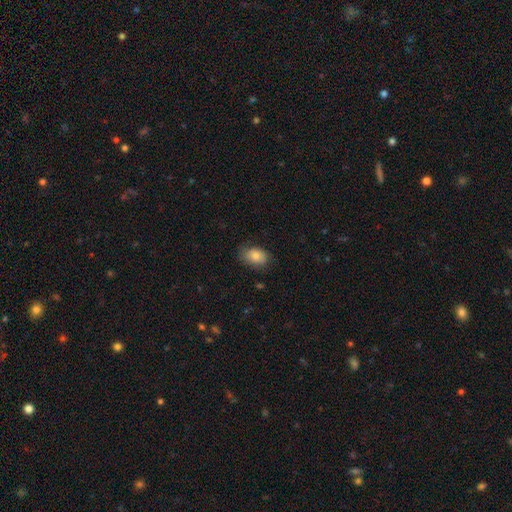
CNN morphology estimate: A smooth galaxy with no disk features (78%) that is in between round and cigar-shaped (82%).

Vote fractions:
- Smooth or featured? smooth: 78% / featured or disk: 14% / star or artifact: 8%
- How rounded? in between: 82% / round: 17% / cigar-shaped: 1%
- Merging? none: 74% / minor disturbance: 20% / major disturbance: 5% / merger: 1%